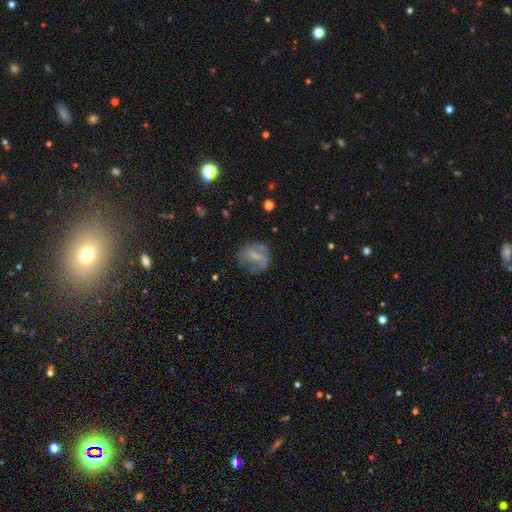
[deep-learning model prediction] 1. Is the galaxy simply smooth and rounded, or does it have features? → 46% smooth, 43% featured or disk, 11% star or artifact.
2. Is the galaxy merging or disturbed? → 52% none, 25% minor disturbance, 20% major disturbance, 3% merger.